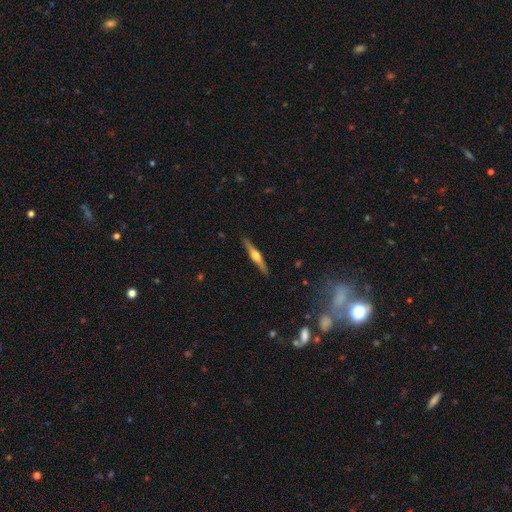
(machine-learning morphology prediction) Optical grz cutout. It shows a featured or disk galaxy (72%) viewed edge-on (98%) with a rounded central bulge (93%). Merging: none (90%).